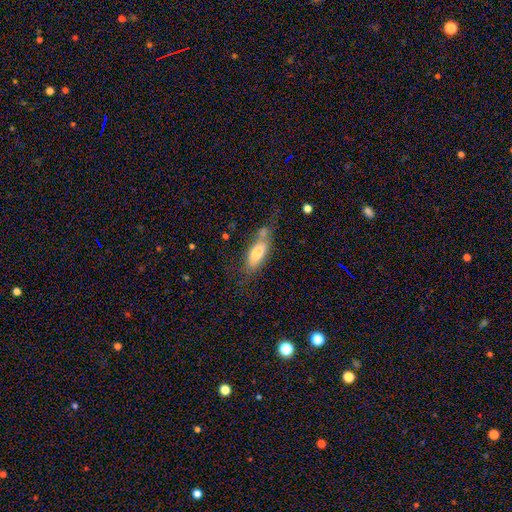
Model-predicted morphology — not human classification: A smooth galaxy with no disk features (66%) that is in between round and cigar-shaped (65%). Merging: none (46%).